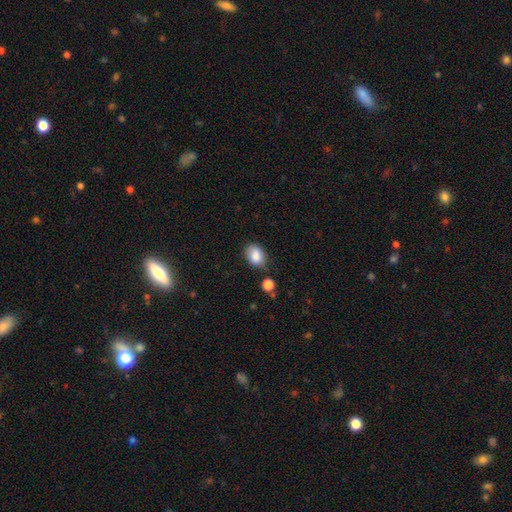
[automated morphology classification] Smooth or featured: smooth — 86% (star or artifact — 8%)
How rounded: in between — 77% (round — 22%)
Merging: none — 72% (minor disturbance — 19%)